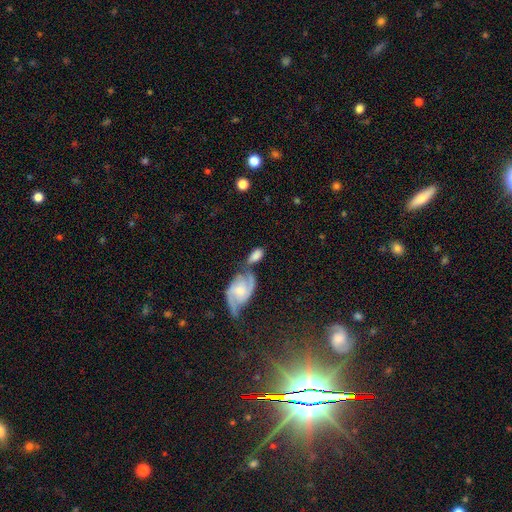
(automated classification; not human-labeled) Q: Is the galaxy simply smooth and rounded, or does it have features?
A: smooth — 55%.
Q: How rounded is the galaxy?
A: in between — 88%.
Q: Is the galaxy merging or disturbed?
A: merger — 40%.